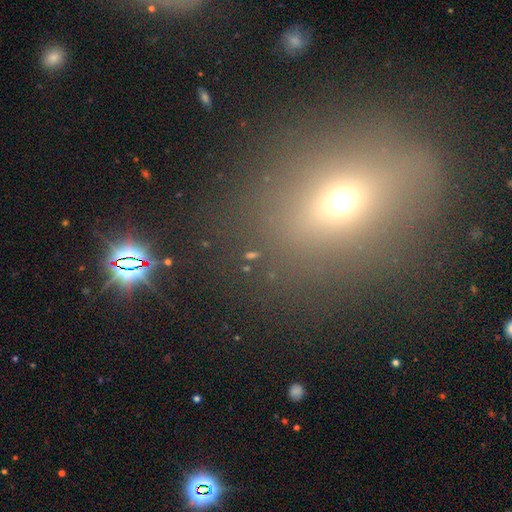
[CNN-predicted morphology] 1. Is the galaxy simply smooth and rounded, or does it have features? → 48% smooth, 38% star or artifact, 14% featured or disk.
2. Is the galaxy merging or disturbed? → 80% none, 10% minor disturbance, 6% major disturbance, 4% merger.